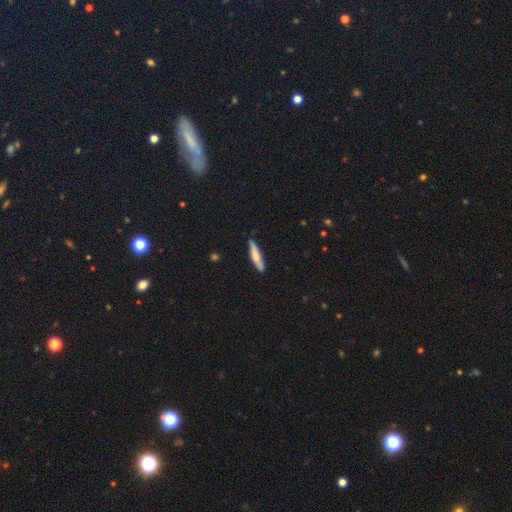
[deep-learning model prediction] smooth 69%, featured or disk 26%, star or artifact 5%. Down the decision tree: how rounded — cigar-shaped (87%); merging — none (86%).